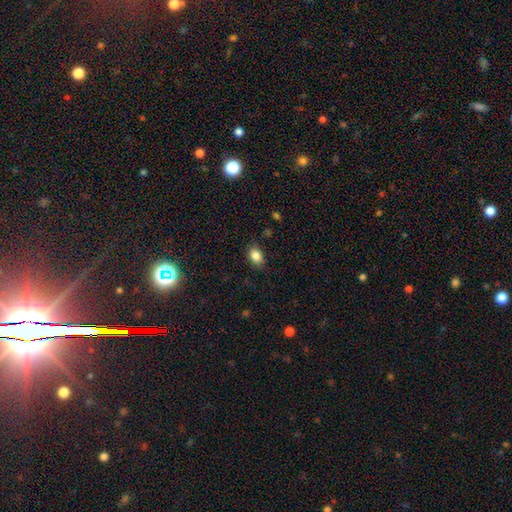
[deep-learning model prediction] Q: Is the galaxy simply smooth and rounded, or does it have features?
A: smooth — 84%.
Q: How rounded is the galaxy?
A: in between — 74%.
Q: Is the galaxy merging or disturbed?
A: none — 81%.